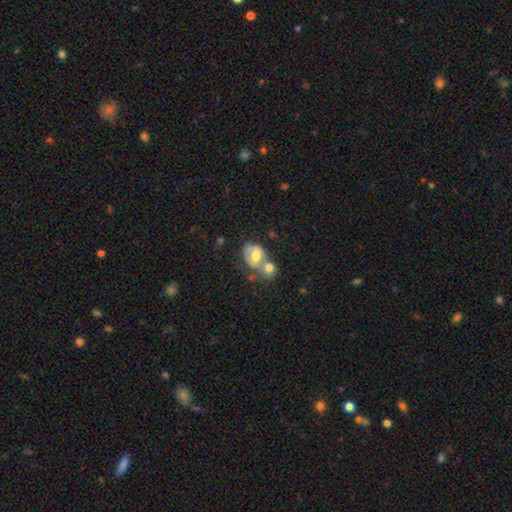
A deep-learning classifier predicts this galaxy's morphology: smooth 54%, featured or disk 38%, star or artifact 8%. Down the decision tree: how rounded — in between (59%); merging — merger (56%).